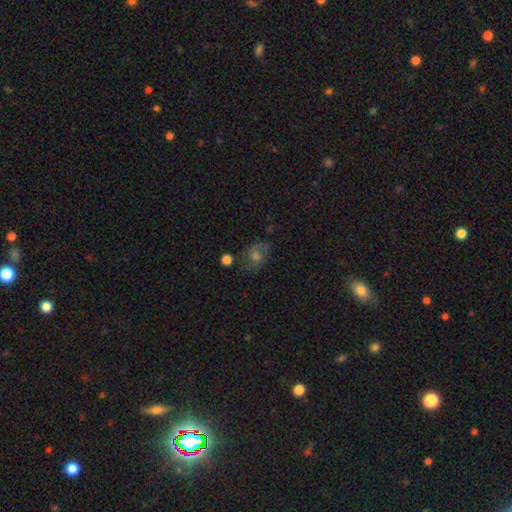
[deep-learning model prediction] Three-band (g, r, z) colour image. It shows a smooth galaxy with no disk features (41%). Merging: none (65%).